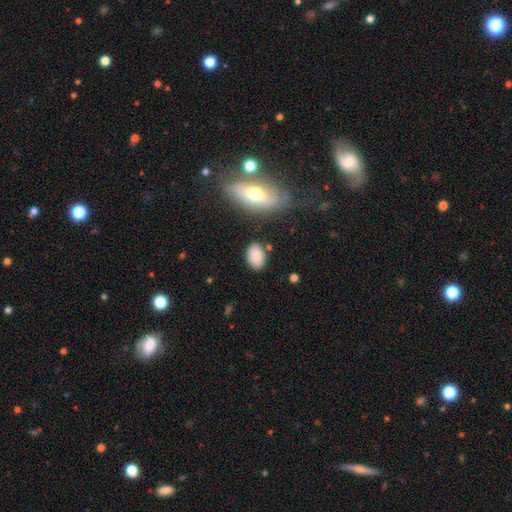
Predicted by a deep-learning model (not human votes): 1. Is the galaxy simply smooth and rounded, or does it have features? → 86% smooth, 8% star or artifact, 7% featured or disk.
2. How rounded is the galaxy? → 88% in between, 11% round, 1% cigar-shaped.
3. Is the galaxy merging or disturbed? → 80% none, 13% minor disturbance, 4% merger, 3% major disturbance.